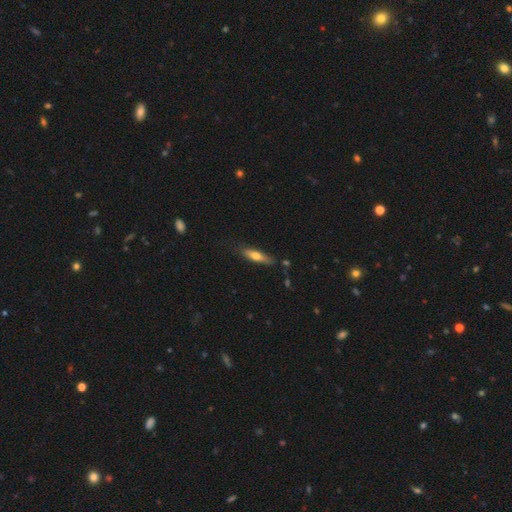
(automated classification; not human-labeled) This appears to be a smooth galaxy with no disk features (57%) that is cigar-shaped (73%). Merging: none (78%).